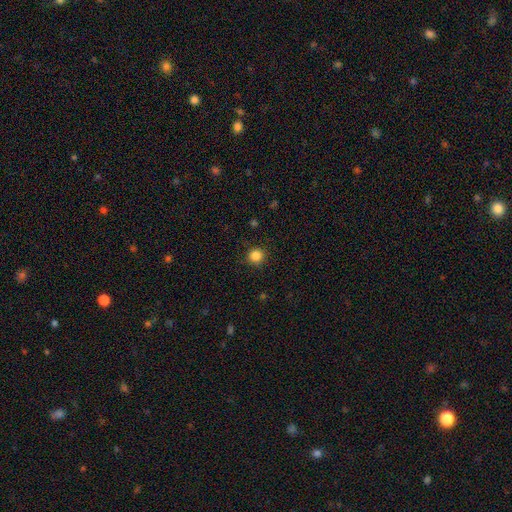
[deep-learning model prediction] A smooth galaxy with no disk features (85%) that is round (93%).

Vote fractions:
- Smooth or featured? smooth: 85% / star or artifact: 11% / featured or disk: 4%
- How rounded? round: 93% / in between: 6% / cigar-shaped: 1%
- Merging? none: 90% / minor disturbance: 7% / major disturbance: 2% / merger: 1%